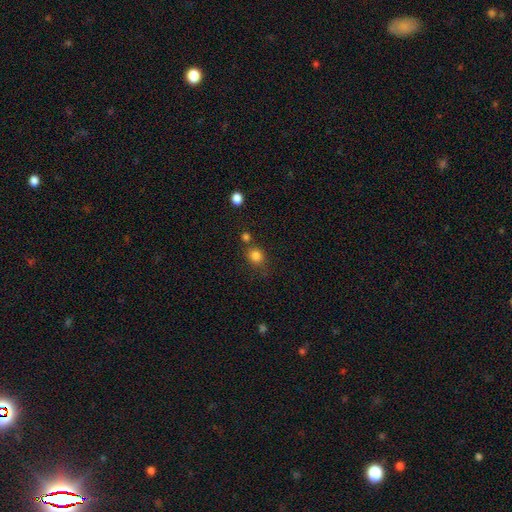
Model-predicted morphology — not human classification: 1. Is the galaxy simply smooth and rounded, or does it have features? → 82% smooth, 12% star or artifact, 5% featured or disk.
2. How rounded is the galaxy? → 79% round, 20% in between, 1% cigar-shaped.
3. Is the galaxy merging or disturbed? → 68% none, 15% merger, 13% minor disturbance, 5% major disturbance.